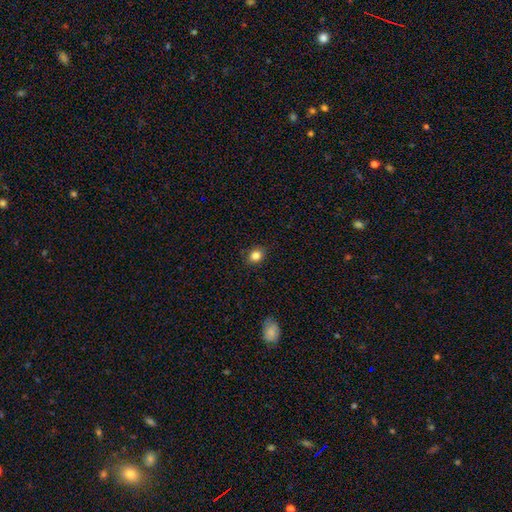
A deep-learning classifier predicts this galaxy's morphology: A smooth galaxy with no disk features (83%) that is round (63%).

Vote fractions:
- Smooth or featured? smooth: 83% / star or artifact: 11% / featured or disk: 5%
- How rounded? round: 63% / in between: 36% / cigar-shaped: 1%
- Merging? none: 87% / minor disturbance: 10% / major disturbance: 2% / merger: 1%